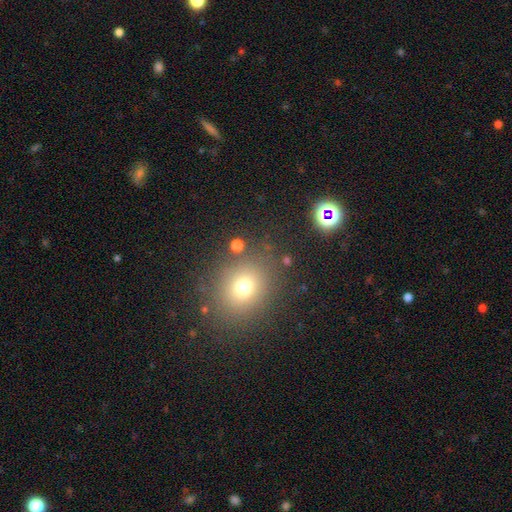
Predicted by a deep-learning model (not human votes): Smooth or featured? Predicted: smooth (p=0.62). How rounded? Predicted: round (p=0.78). Merging? Predicted: none (p=0.87).